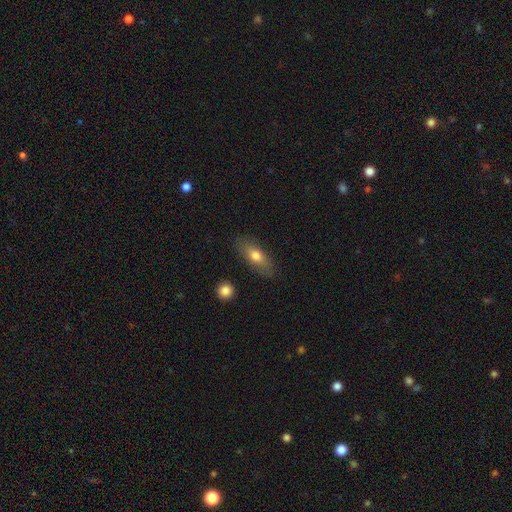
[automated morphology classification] Smooth or featured: smooth — 71% (featured or disk — 22%)
How rounded: in between — 74% (cigar-shaped — 22%)
Merging: none — 83% (minor disturbance — 12%)